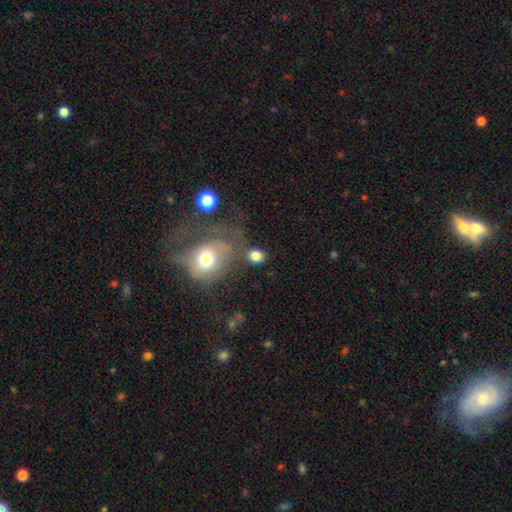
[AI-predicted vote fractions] A smooth galaxy with no disk features (80%) that is round (50%).

Vote fractions:
- Smooth or featured? smooth: 80% / star or artifact: 11% / featured or disk: 9%
- How rounded? round: 50% / in between: 49% / cigar-shaped: 1%
- Merging? none: 62% / merger: 15% / minor disturbance: 14% / major disturbance: 9%